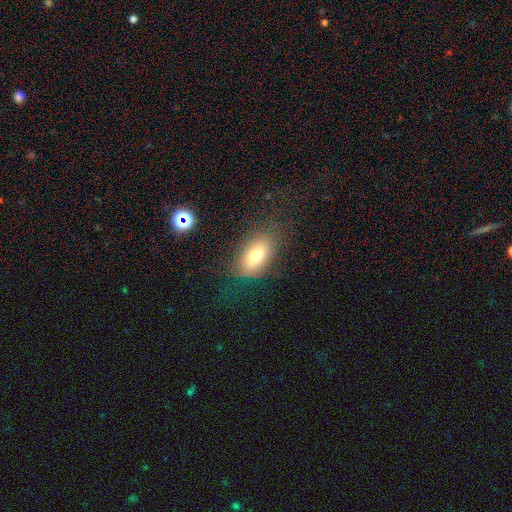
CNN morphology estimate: Smooth or featured? Predicted: smooth (p=0.71). How rounded? Predicted: in between (p=0.88). Merging? Predicted: none (p=0.71).